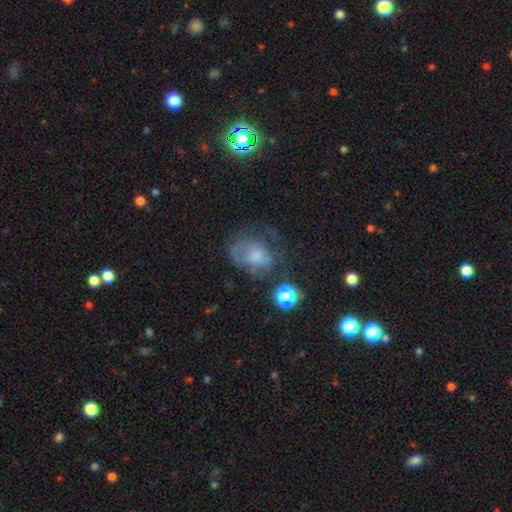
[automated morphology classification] Smooth or featured? smooth (50%)
How rounded? in between (58%)
Merging? none (42%)